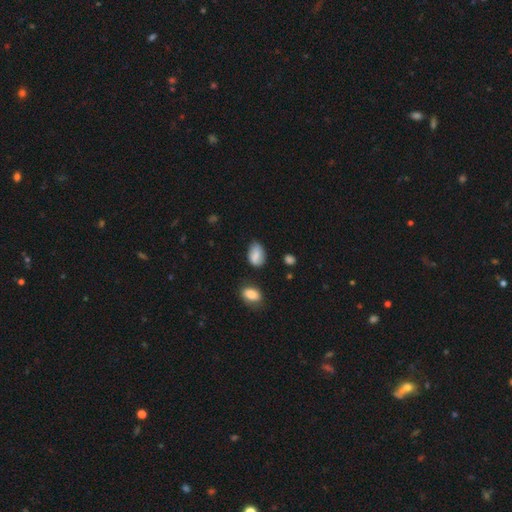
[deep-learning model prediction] Smooth or featured? smooth (78%)
How rounded? in between (86%)
Merging? none (65%)